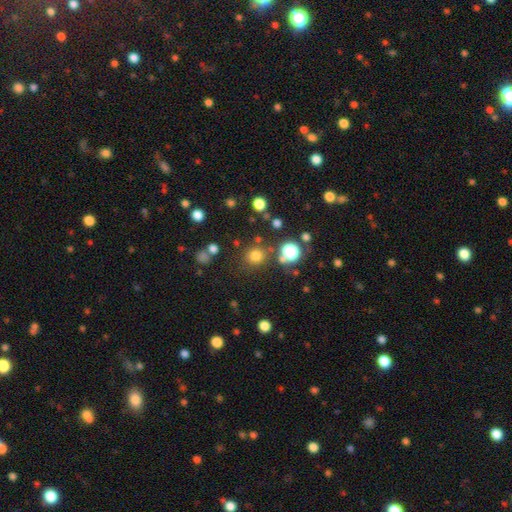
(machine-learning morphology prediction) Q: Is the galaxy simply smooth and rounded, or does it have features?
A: smooth — 75%.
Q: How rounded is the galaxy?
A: round — 89%.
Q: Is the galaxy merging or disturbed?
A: none — 80%.